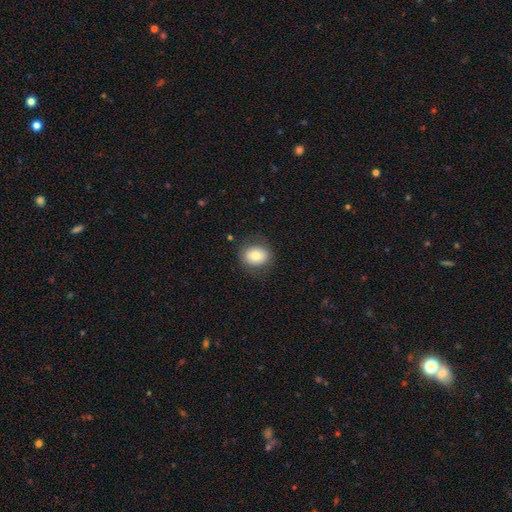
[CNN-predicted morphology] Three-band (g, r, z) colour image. It shows a smooth galaxy with no disk features (79%) that is round (57%). Merging: none (82%).